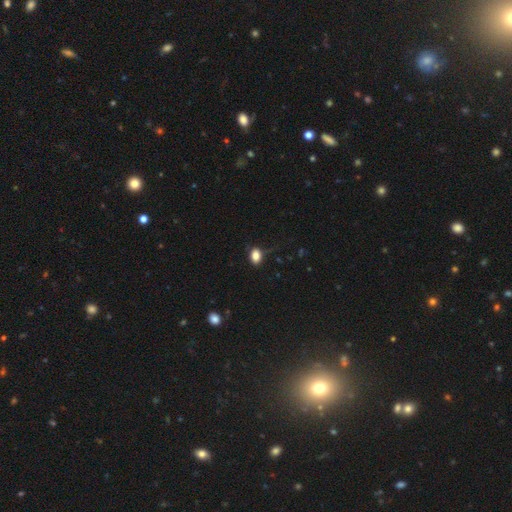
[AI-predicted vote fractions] This appears to be a smooth galaxy with no disk features (84%) that is in between round and cigar-shaped (75%). Merging: none (72%).